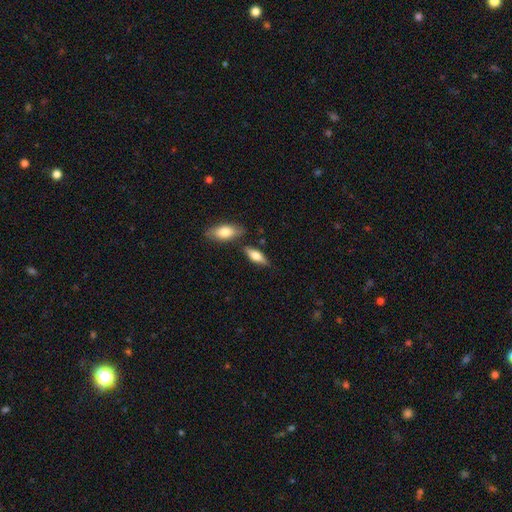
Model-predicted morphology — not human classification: smooth_or_featured: smooth (p=0.62) [alt: featured or disk p=0.32]
how_rounded: in between (p=0.66) [alt: cigar-shaped p=0.31]
merging: none (p=0.73) [alt: minor disturbance p=0.14]